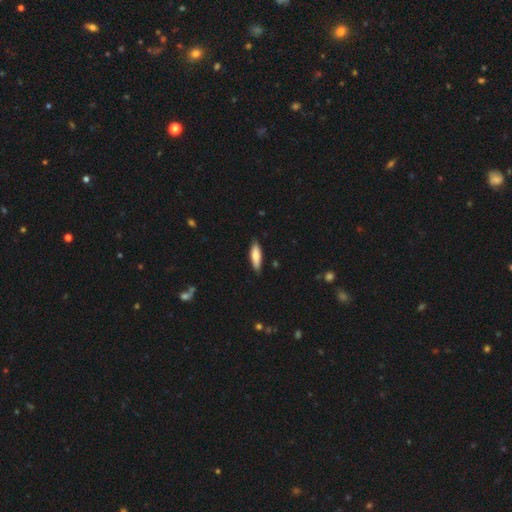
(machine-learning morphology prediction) A smooth galaxy with no disk features (78%) that is cigar-shaped (58%). Merging: none (86%).